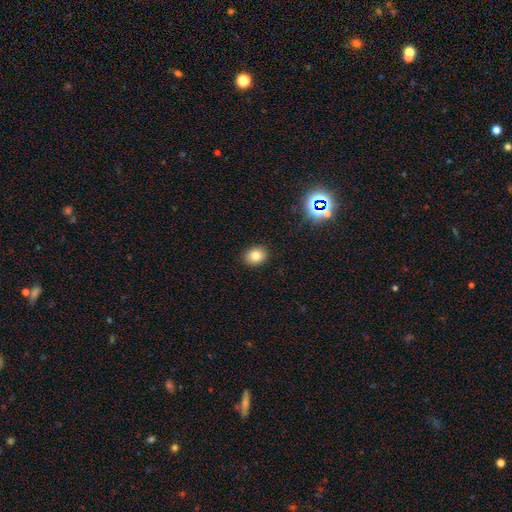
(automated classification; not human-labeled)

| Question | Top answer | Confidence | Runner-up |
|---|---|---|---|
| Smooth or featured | smooth | 81% | star or artifact (12%) |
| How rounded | in between | 55% | round (44%) |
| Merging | none | 89% | minor disturbance (8%) |